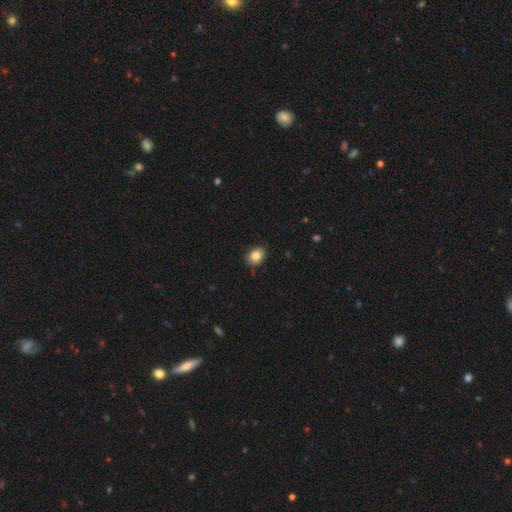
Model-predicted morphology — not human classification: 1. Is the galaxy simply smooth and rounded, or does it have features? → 84% smooth, 9% star or artifact, 7% featured or disk.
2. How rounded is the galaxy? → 54% in between, 45% round, 1% cigar-shaped.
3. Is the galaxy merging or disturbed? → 84% none, 13% minor disturbance, 2% major disturbance, 1% merger.